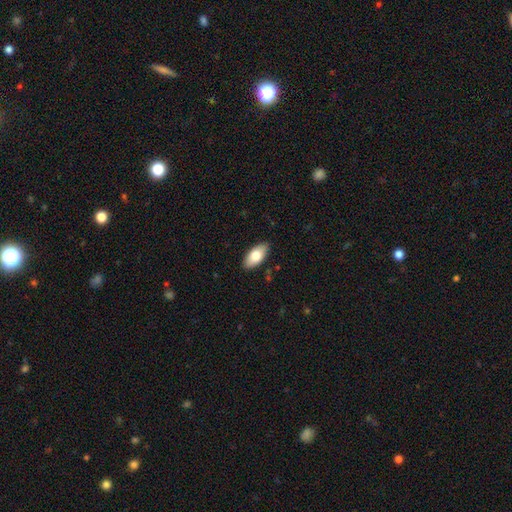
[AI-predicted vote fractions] Q: Smooth or featured?
A: smooth (79%); runner-up: featured or disk (15%)
Q: How rounded?
A: in between (91%); runner-up: cigar-shaped (7%)
Q: Merging?
A: none (88%); runner-up: minor disturbance (9%)